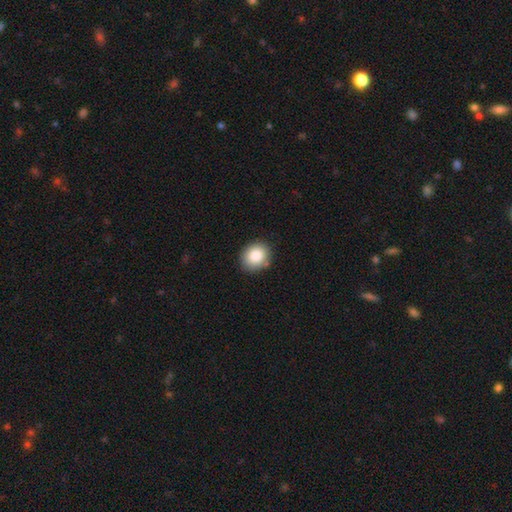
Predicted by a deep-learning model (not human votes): smooth 86%, star or artifact 9%, featured or disk 6%. Down the decision tree: how rounded — round (68%); merging — none (86%).